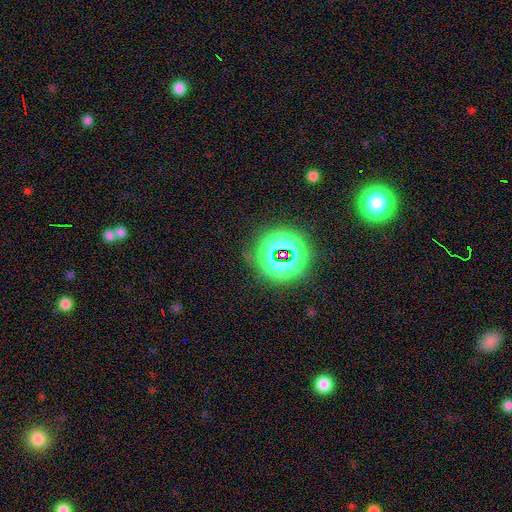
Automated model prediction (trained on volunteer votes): Q: Smooth or featured?
A: star or artifact (77%); runner-up: smooth (16%)